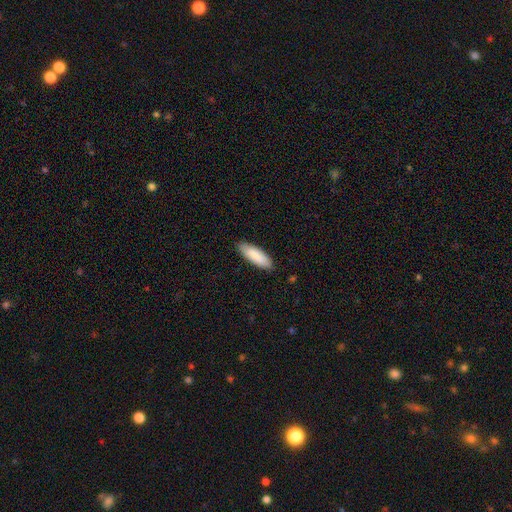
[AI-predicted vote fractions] A smooth galaxy with no disk features (89%) that is in between round and cigar-shaped (55%). Merging: none (88%).